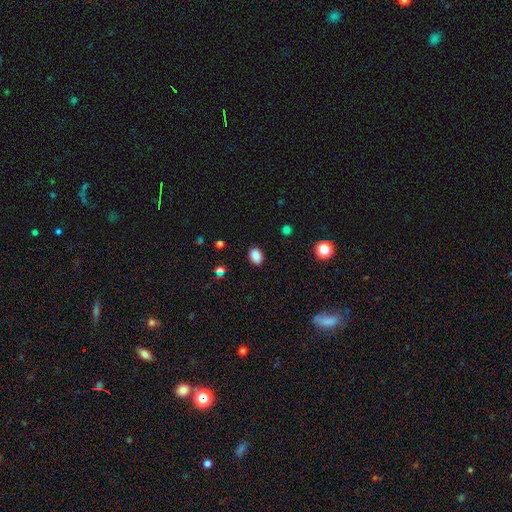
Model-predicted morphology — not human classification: A smooth galaxy with no disk features (87%) that is in between round and cigar-shaped (73%).

Vote fractions:
- Smooth or featured? smooth: 87% / star or artifact: 10% / featured or disk: 3%
- How rounded? in between: 73% / round: 25% / cigar-shaped: 1%
- Merging? none: 88% / minor disturbance: 9% / major disturbance: 2% / merger: 1%